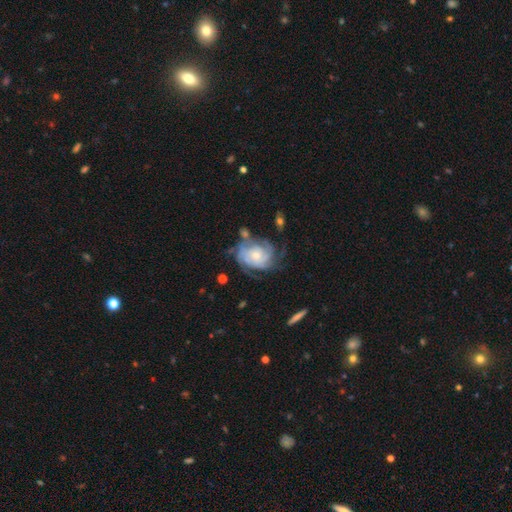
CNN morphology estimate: This appears to be a featured or disk galaxy (84%) with no bar (74%), tight (64%) spiral arms (95%) and a small central bulge (51%). Merging: none (60%).